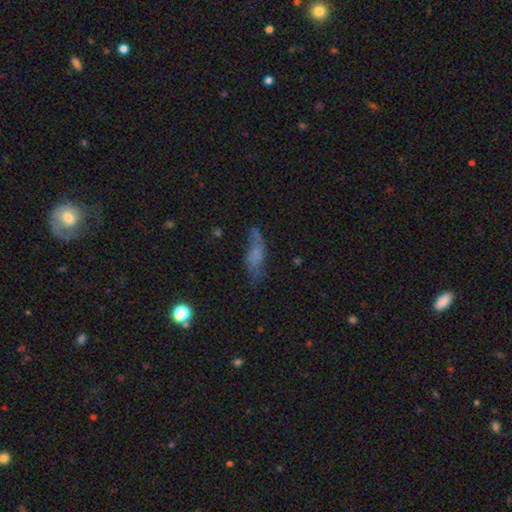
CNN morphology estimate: Smooth or featured? Predicted: smooth (p=0.58). How rounded? Predicted: in between (p=0.54). Merging? Predicted: none (p=0.50).